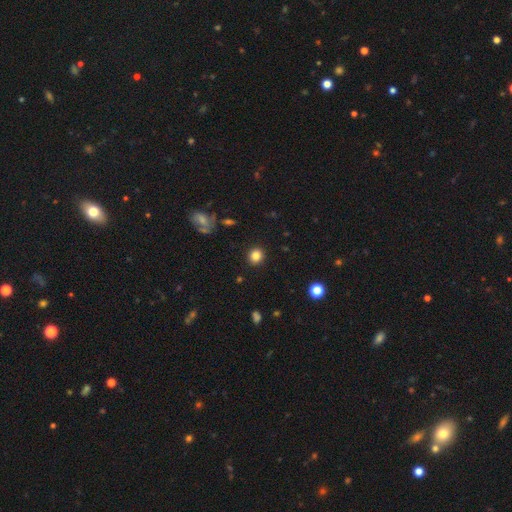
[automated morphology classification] smooth_or_featured: smooth (p=0.84) [alt: star or artifact p=0.11]
how_rounded: round (p=0.86) [alt: in between p=0.13]
merging: none (p=0.91) [alt: minor disturbance p=0.06]